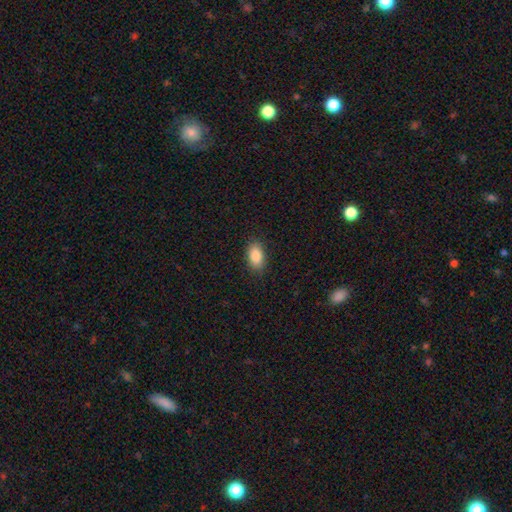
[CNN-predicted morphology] Smooth or featured? Predicted: smooth (p=0.87). How rounded? Predicted: in between (p=0.92). Merging? Predicted: none (p=0.87).